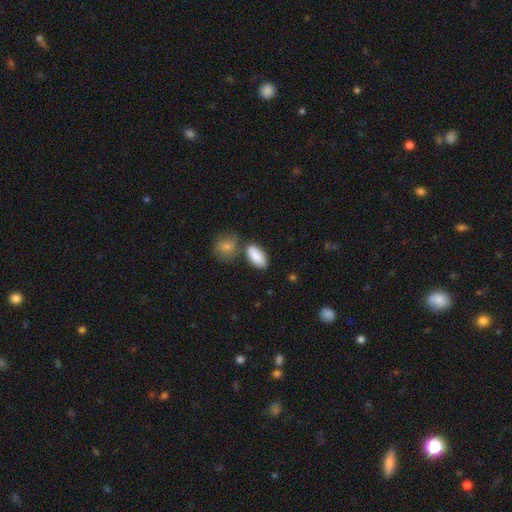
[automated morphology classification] Smooth or featured? Predicted: smooth (p=0.87). How rounded? Predicted: in between (p=0.92). Merging? Predicted: none (p=0.62).